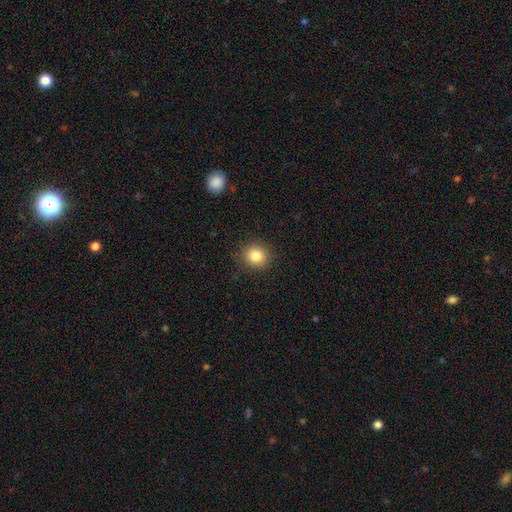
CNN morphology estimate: Smooth or featured? smooth (84%)
How rounded? round (85%)
Merging? none (90%)